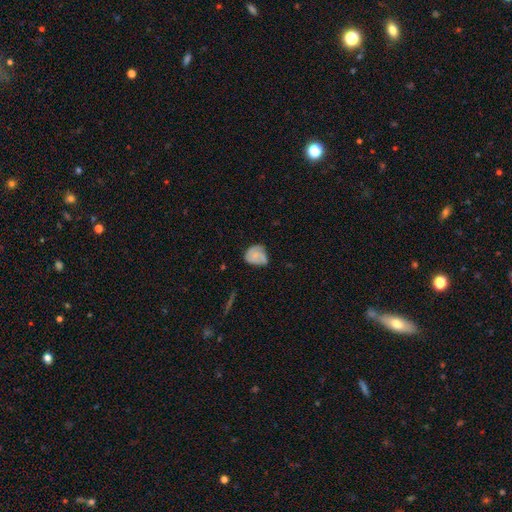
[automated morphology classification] Smooth or featured: smooth — 46% (featured or disk — 45%)
Merging: none — 46% (minor disturbance — 36%)